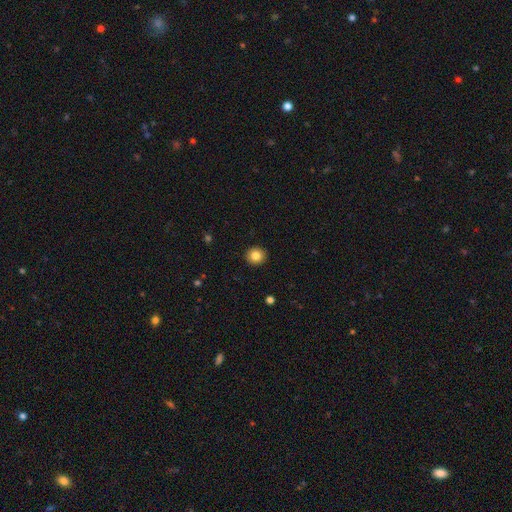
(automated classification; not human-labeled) A smooth galaxy with no disk features (84%) that is round (92%).

Vote fractions:
- Smooth or featured? smooth: 84% / star or artifact: 10% / featured or disk: 6%
- How rounded? round: 92% / in between: 7% / cigar-shaped: 1%
- Merging? none: 93% / minor disturbance: 5% / major disturbance: 2% / merger: 1%